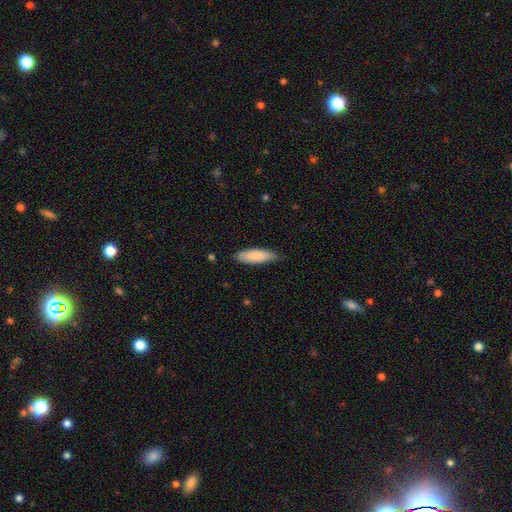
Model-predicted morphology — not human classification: Smooth or featured? Predicted: smooth (p=0.84). How rounded? Predicted: in between (p=0.49, tied with cigar-shaped). Merging? Predicted: none (p=0.76).